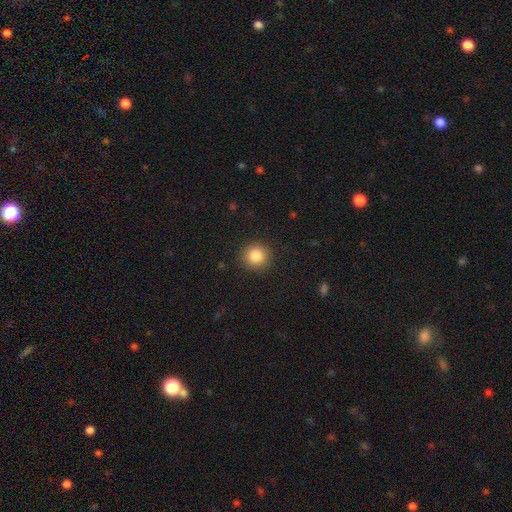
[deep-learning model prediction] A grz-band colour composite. It shows a smooth galaxy with no disk features (85%) that is round (92%). Merging: none (91%).